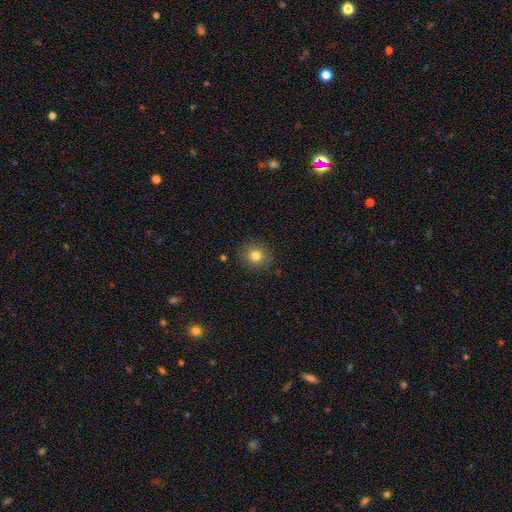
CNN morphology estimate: A smooth galaxy with no disk features (79%) that is round (86%). Merging: none (88%).